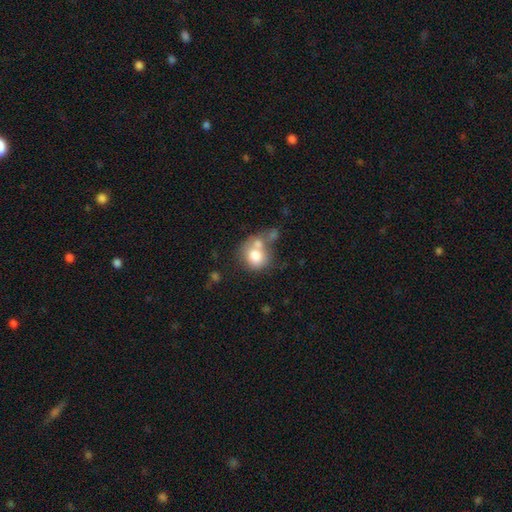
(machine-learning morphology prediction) type=smooth (74%); roundness=round (73%); merging=merger (47%).